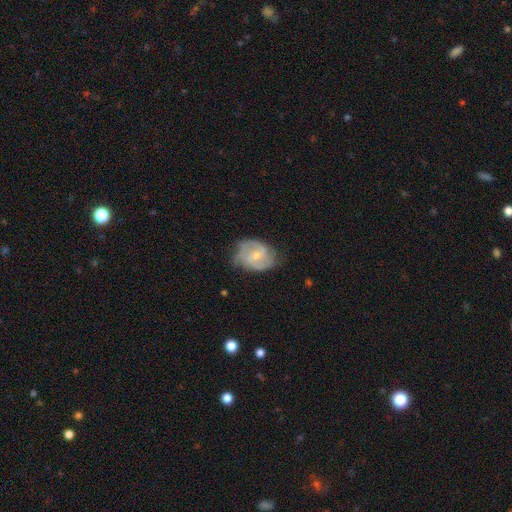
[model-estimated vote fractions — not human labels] A featured or disk galaxy (77%) with a weak bar (47%), 2 (65%) medium (49%) spiral arms (92%) and a small central bulge (55%). Merging: none (63%).